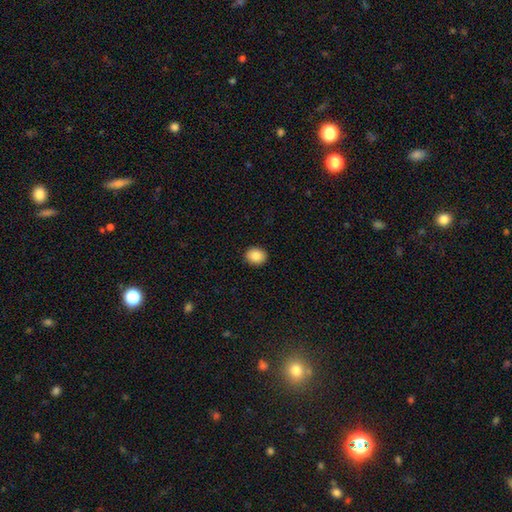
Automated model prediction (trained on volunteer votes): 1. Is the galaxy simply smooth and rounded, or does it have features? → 86% smooth, 8% star or artifact, 5% featured or disk.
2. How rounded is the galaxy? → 65% round, 34% in between, 1% cigar-shaped.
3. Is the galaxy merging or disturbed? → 92% none, 6% minor disturbance, 2% major disturbance, 1% merger.